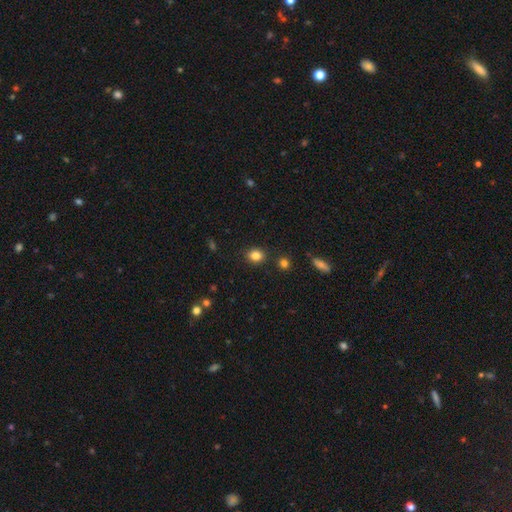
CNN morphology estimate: Smooth or featured? smooth (84%)
How rounded? round (63%)
Merging? none (87%)